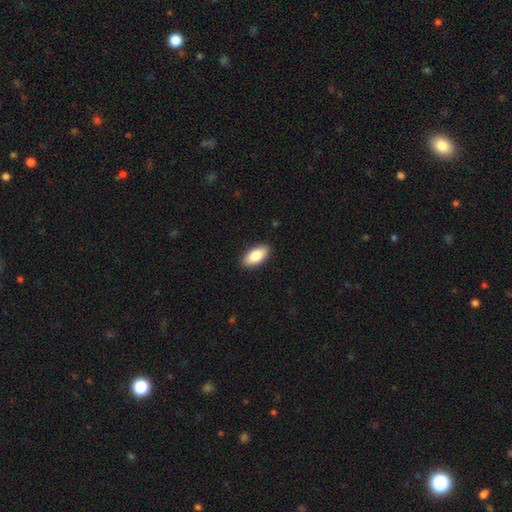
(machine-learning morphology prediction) This is clearly a smooth galaxy (83%). How rounded: clearly in between (90%). Merging: clearly none (90%).